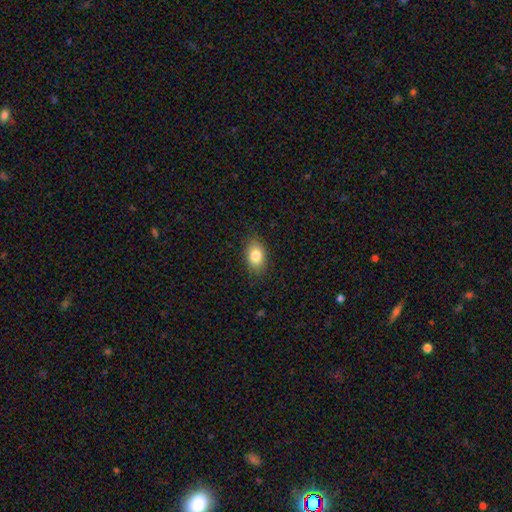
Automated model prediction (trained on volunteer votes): smooth 82%, featured or disk 9%, star or artifact 8%. Down the decision tree: how rounded — in between (84%); merging — none (85%).